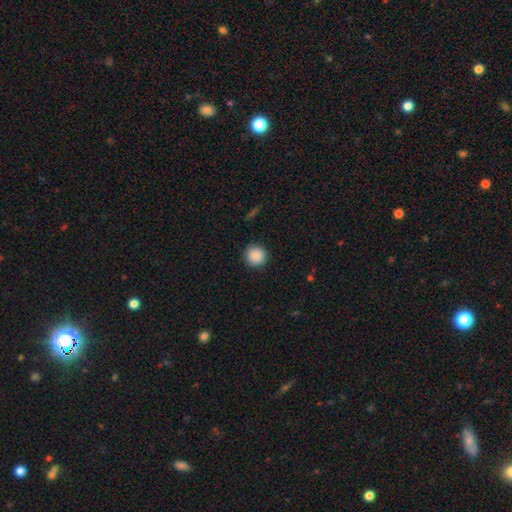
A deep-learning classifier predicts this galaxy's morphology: This appears to be a smooth galaxy with no disk features (88%) that is round (94%). Merging: none (91%).